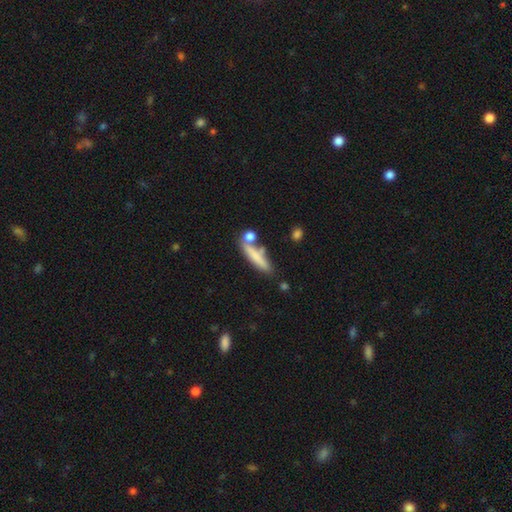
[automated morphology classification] Overall: smooth (71%). How rounded: cigar-shaped (81%). Merging: none (60%).